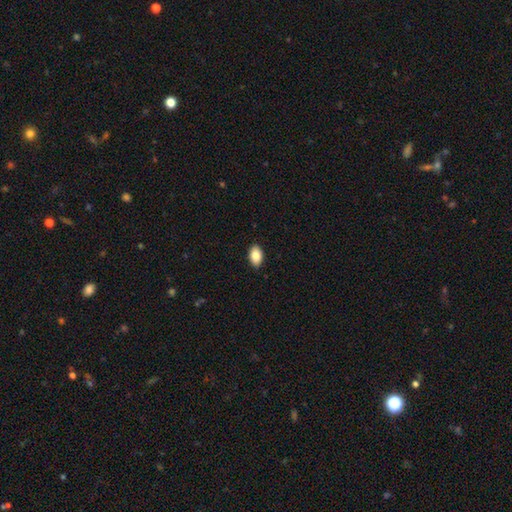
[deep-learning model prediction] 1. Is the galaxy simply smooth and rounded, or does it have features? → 86% smooth, 7% star or artifact, 7% featured or disk.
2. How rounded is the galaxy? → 91% in between, 7% round, 1% cigar-shaped.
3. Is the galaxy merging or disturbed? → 90% none, 8% minor disturbance, 2% major disturbance, 1% merger.